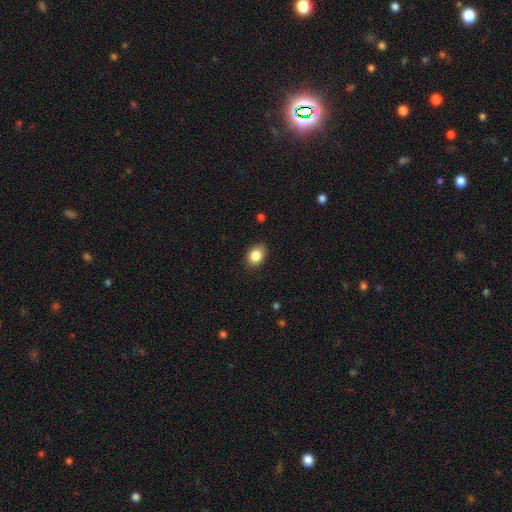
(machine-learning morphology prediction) This appears to be a smooth galaxy with no disk features (86%) that is in between round and cigar-shaped (69%). Merging: none (86%).